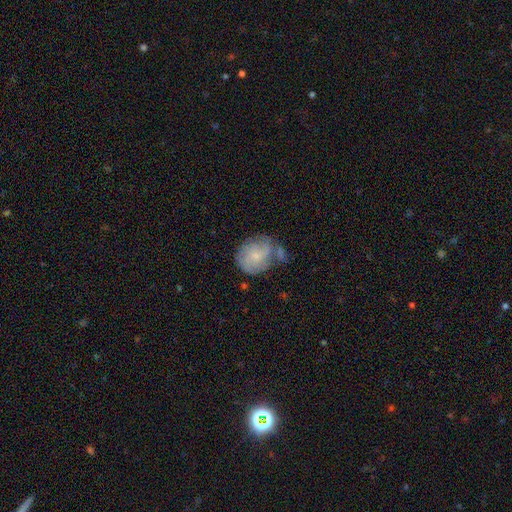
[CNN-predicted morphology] Smooth or featured? featured or disk (50%)
Merging? none (44%)